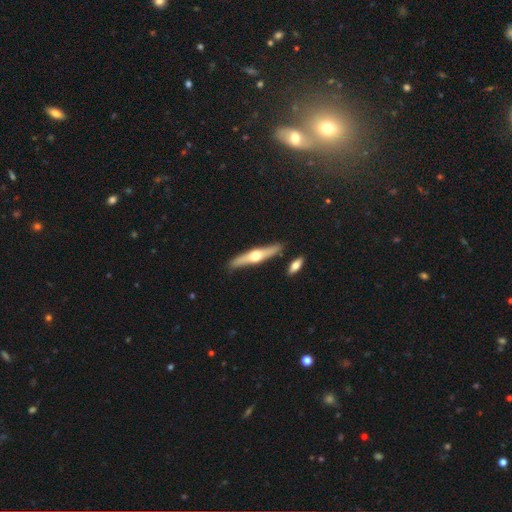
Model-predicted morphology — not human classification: Overall: featured or disk (63%; smooth 32%). Edge-on disk: yes (95%). Edge-on bulge: rounded (94%). Merging: none (85%).